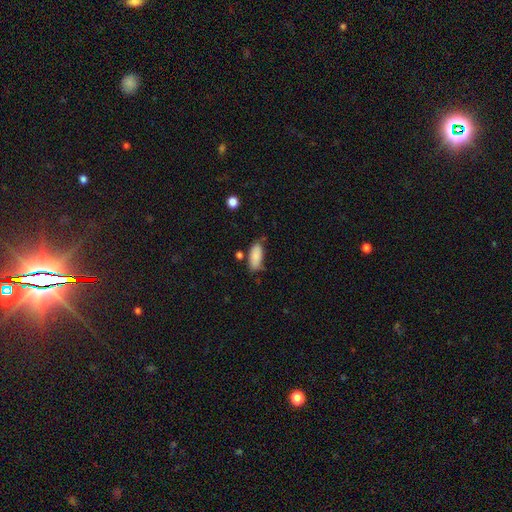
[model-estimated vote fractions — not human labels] Overall: smooth (86%). How rounded: in between (85%). Merging: none (67%).